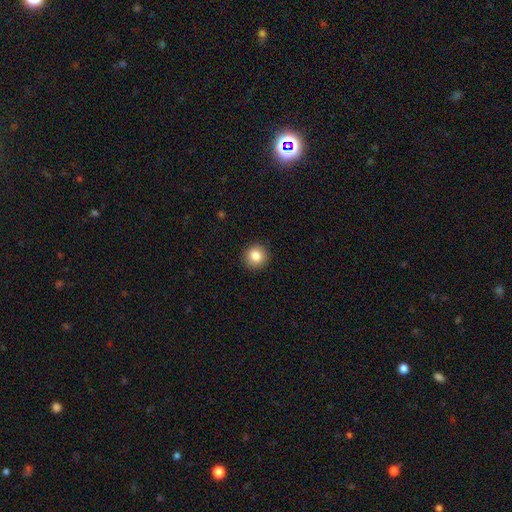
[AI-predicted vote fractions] Overall: smooth (85%). How rounded: round (92%). Merging: none (92%).